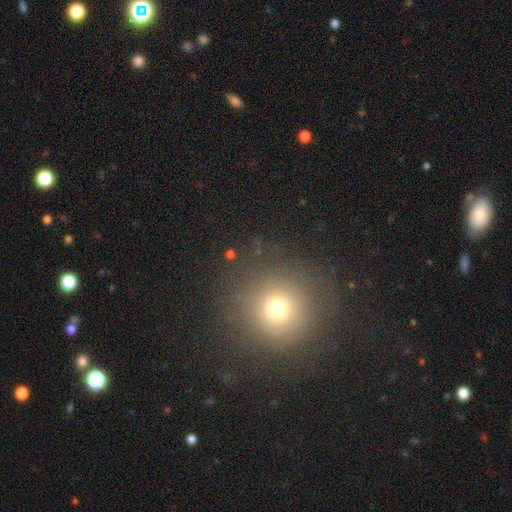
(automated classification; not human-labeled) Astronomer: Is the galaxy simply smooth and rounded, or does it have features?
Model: smooth — 64%.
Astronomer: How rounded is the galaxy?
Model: round — 95%.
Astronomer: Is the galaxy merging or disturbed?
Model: none — 90%.